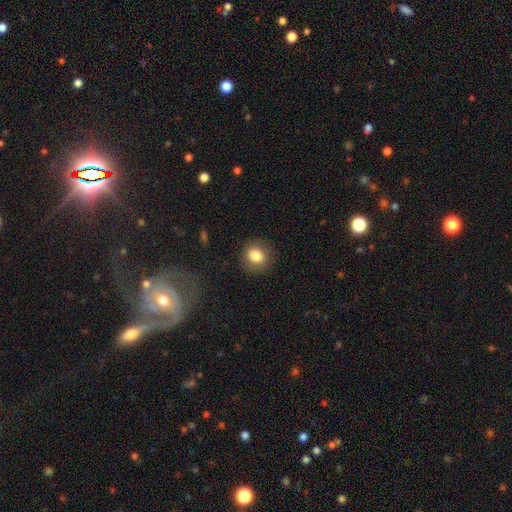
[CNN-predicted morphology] smooth 83%, star or artifact 9%, featured or disk 8%. Down the decision tree: how rounded — round (83%); merging — none (85%).